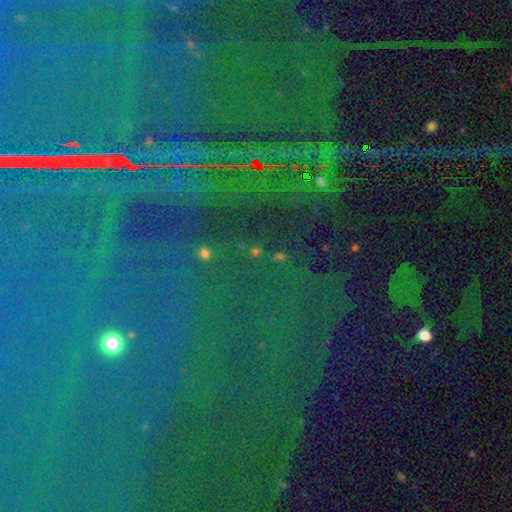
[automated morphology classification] A star or artifact, not a galaxy (88%).